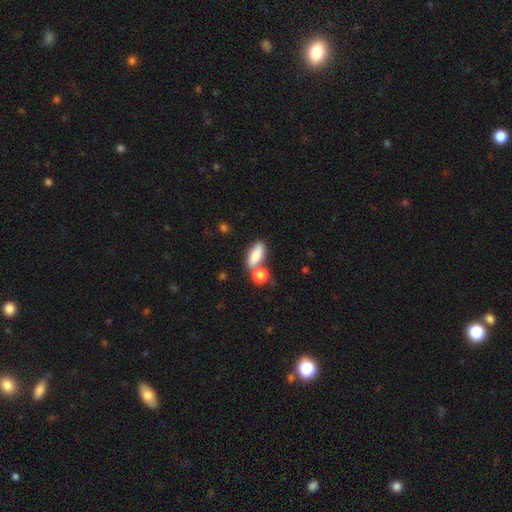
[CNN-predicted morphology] This is likely a smooth galaxy (78%). How rounded: likely in between (75%). Merging: possibly none (55%).